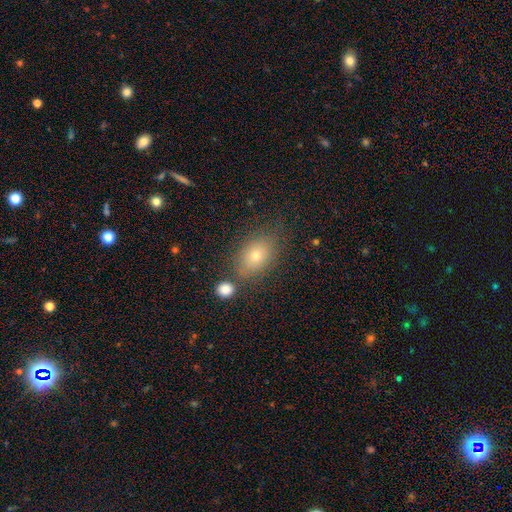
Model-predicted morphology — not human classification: Smooth or featured: smooth — 71% (featured or disk — 17%)
How rounded: in between — 79% (round — 19%)
Merging: none — 71% (minor disturbance — 15%)